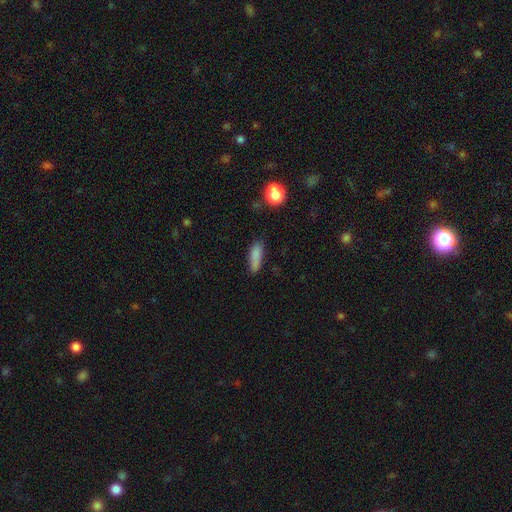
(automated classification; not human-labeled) A smooth galaxy with no disk features (83%) that is in between round and cigar-shaped (50%). Merging: none (70%).